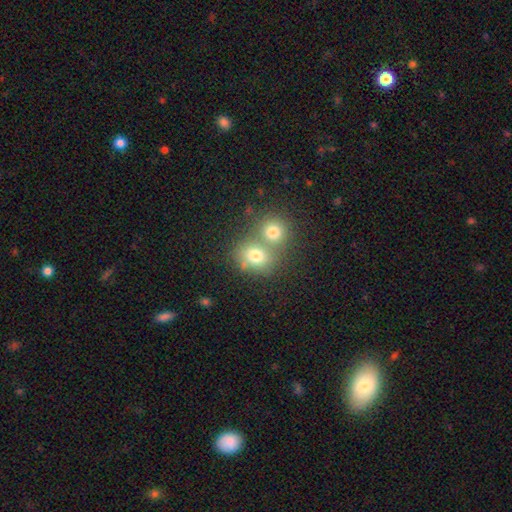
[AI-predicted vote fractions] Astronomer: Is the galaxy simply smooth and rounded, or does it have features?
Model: smooth — 74%.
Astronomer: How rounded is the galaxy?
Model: round — 72%.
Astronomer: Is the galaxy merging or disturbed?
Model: merger — 53% (runner-up: none, 37%).